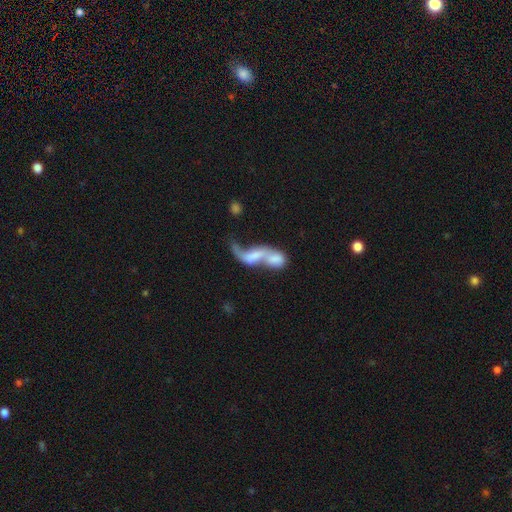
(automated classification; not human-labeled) Q: Smooth or featured?
A: featured or disk (55%); runner-up: smooth (35%)
Q: Edge-on disk?
A: no (93%); runner-up: yes (7%)
Q: Bar?
A: no (62%); runner-up: weak (25%)
Q: Spiral arms?
A: yes (53%); runner-up: no (47%)
Q: Bulge size?
A: none (50%); runner-up: small (20%)
Q: Merging?
A: merger (70%); runner-up: major disturbance (12%)